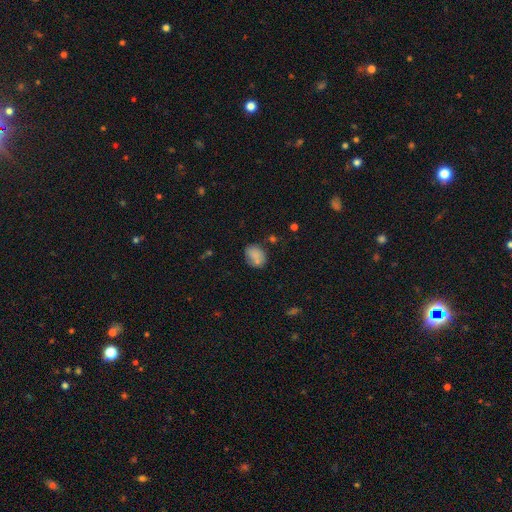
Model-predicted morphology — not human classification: Smooth or featured? smooth (78%)
How rounded? in between (66%)
Merging? none (60%)